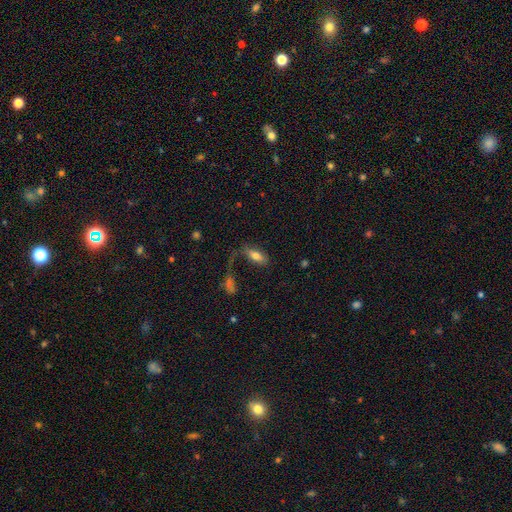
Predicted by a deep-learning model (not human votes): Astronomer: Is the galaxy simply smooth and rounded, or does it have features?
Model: smooth — 70%.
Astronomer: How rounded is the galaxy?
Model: in between — 76%.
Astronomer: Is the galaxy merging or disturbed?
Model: none — 48%.